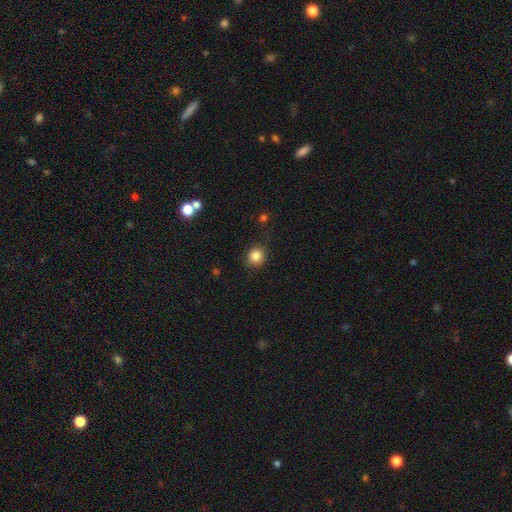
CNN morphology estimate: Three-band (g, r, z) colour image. It shows a smooth galaxy with no disk features (83%) that is round (89%). Merging: none (85%).